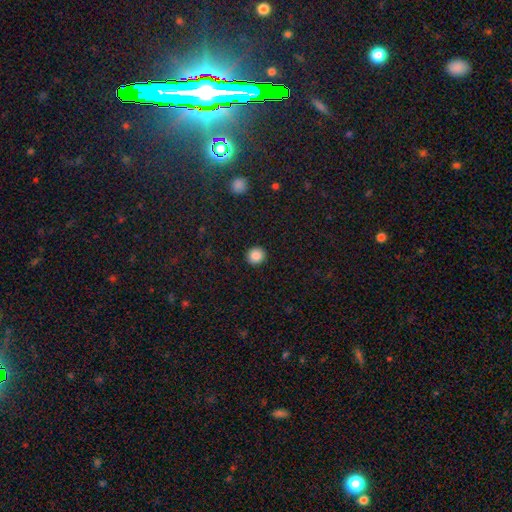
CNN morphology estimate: Q: Smooth or featured?
A: smooth (88%); runner-up: star or artifact (9%)
Q: How rounded?
A: round (93%); runner-up: in between (6%)
Q: Merging?
A: none (92%); runner-up: minor disturbance (5%)